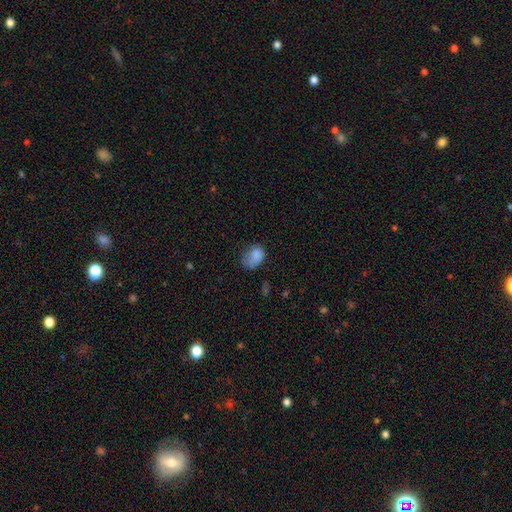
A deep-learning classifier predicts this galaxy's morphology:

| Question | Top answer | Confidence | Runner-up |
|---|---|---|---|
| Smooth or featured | smooth | 81% | star or artifact (10%) |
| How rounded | in between | 74% | round (25%) |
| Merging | none | 43% | minor disturbance (35%) |